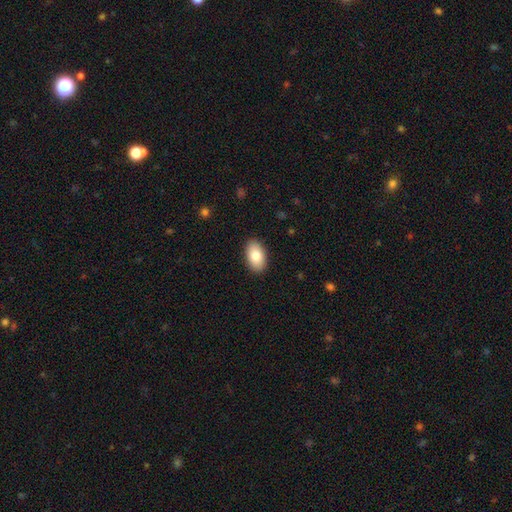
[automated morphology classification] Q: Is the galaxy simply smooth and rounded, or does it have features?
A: smooth — 82%.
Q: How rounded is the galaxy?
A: in between — 94%.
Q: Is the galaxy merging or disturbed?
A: none — 89%.